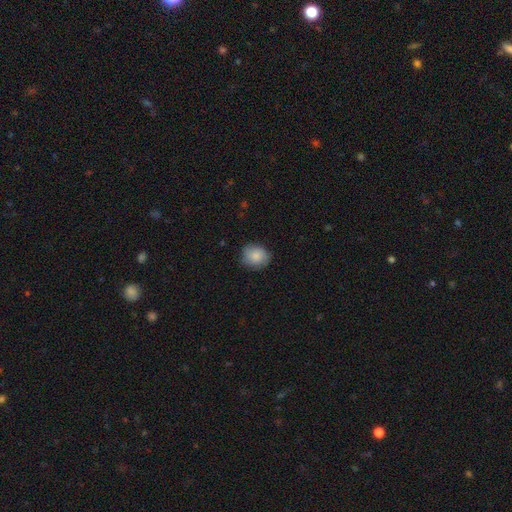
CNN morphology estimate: Q: Smooth or featured?
A: smooth (82%); runner-up: featured or disk (12%)
Q: How rounded?
A: round (69%); runner-up: in between (30%)
Q: Merging?
A: none (78%); runner-up: minor disturbance (18%)